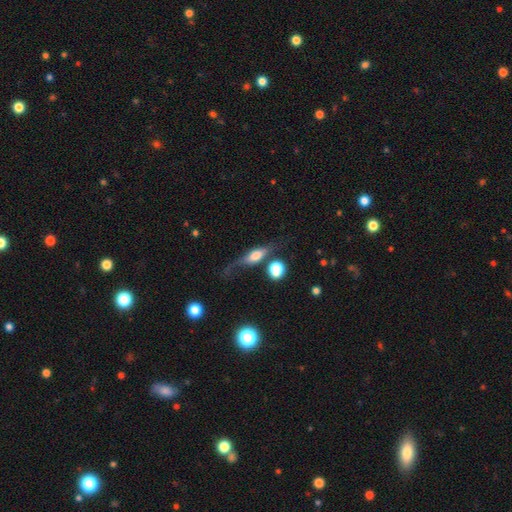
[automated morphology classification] smooth_or_featured: featured or disk (p=0.54) [alt: smooth p=0.37]
disk_edge_on: yes (p=0.71) [alt: no p=0.29]
merging: none (p=0.46) [alt: minor disturbance p=0.24]